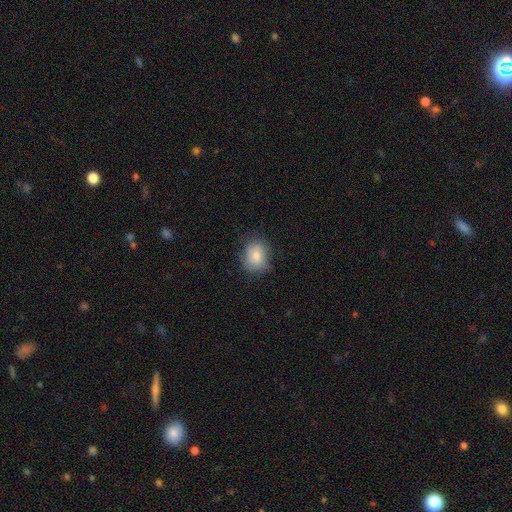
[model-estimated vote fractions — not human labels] A smooth galaxy with no disk features (76%) that is round (52%). Merging: none (67%).